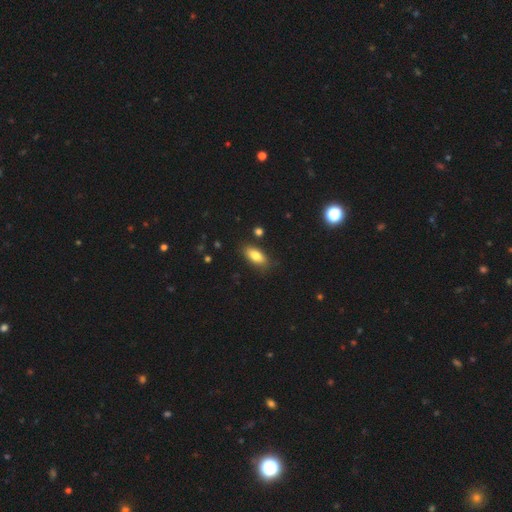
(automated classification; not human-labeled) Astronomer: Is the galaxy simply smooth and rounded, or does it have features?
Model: smooth — 83%.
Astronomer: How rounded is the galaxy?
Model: in between — 87%.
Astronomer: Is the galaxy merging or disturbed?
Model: none — 82%.